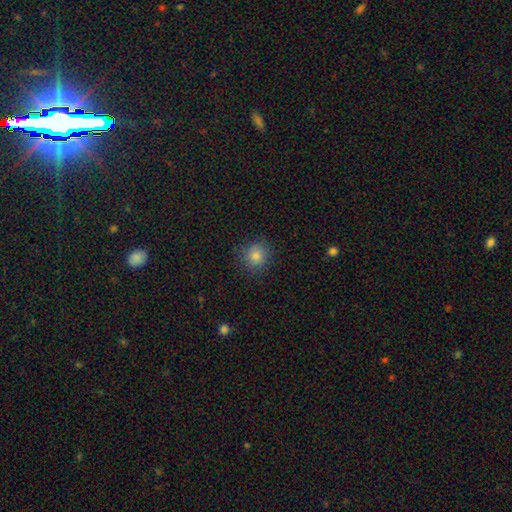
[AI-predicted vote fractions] Smooth or featured?
  - smooth: 81% *
  - star or artifact: 13%
  - featured or disk: 6%
How rounded?
  - round: 90% *
  - in between: 9%
  - cigar-shaped: 1%
Merging?
  - none: 86% *
  - minor disturbance: 10%
  - major disturbance: 3%
  - merger: 1%